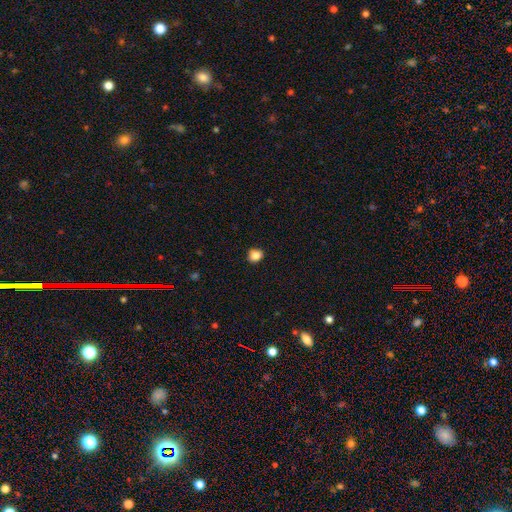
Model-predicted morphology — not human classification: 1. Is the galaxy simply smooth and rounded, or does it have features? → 85% smooth, 10% star or artifact, 4% featured or disk.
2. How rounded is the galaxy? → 69% round, 30% in between, 1% cigar-shaped.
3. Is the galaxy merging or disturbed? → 86% none, 11% minor disturbance, 2% major disturbance, 1% merger.